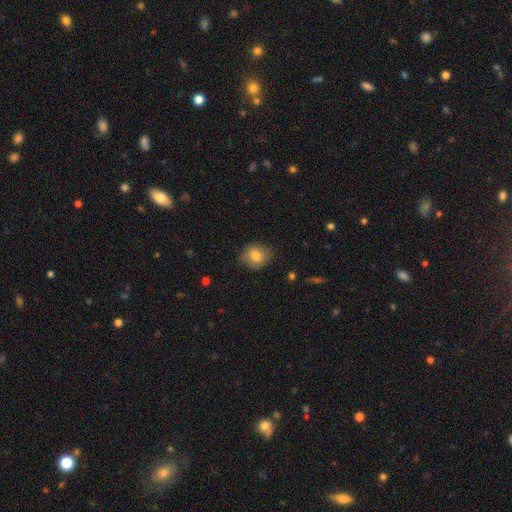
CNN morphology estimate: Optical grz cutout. It shows a smooth galaxy with no disk features (78%) that is round (74%). Merging: none (76%).